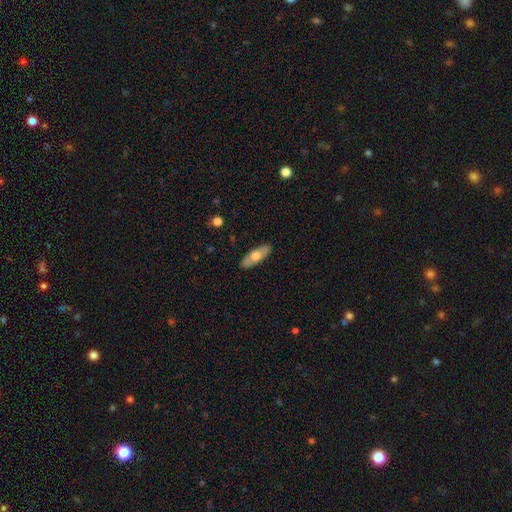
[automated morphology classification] The model was most divided on "smooth or featured": smooth: 60%, featured or disk: 34%, star or artifact: 6%. More confident: merging — none (89%); how rounded — in between (67%).